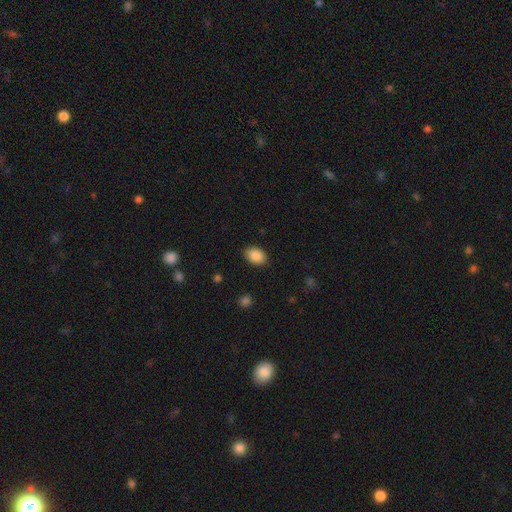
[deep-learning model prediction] A smooth galaxy with no disk features (88%) that is in between round and cigar-shaped (83%).

Vote fractions:
- Smooth or featured? smooth: 88% / star or artifact: 8% / featured or disk: 5%
- How rounded? in between: 83% / round: 16% / cigar-shaped: 1%
- Merging? none: 88% / minor disturbance: 9% / major disturbance: 2% / merger: 1%